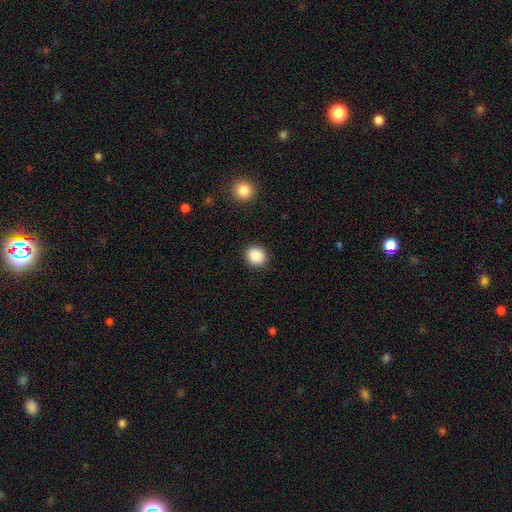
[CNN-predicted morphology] This appears to be a smooth galaxy with no disk features (88%) that is round (84%). Merging: none (90%).